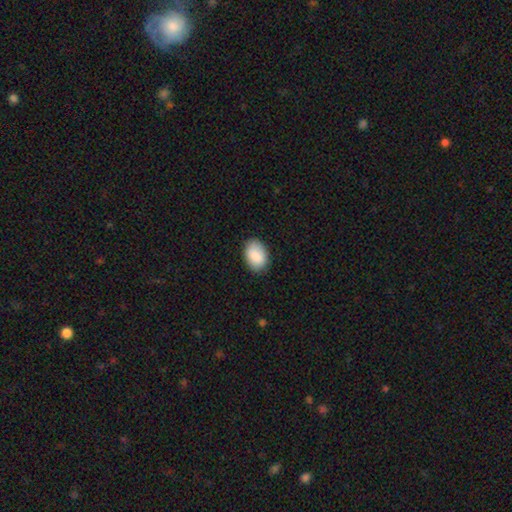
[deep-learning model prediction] smooth_or_featured: smooth (p=0.89) [alt: star or artifact p=0.06]
how_rounded: in between (p=0.89) [alt: round p=0.10]
merging: none (p=0.85) [alt: minor disturbance p=0.12]